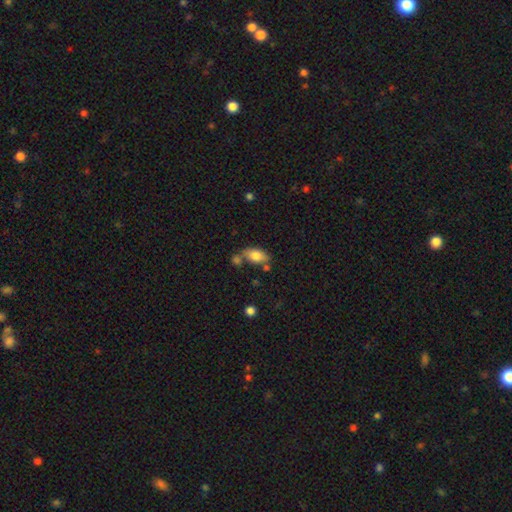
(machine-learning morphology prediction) Smooth or featured? Predicted: smooth (p=0.79). How rounded? Predicted: in between (p=0.90). Merging? Predicted: none (p=0.57).